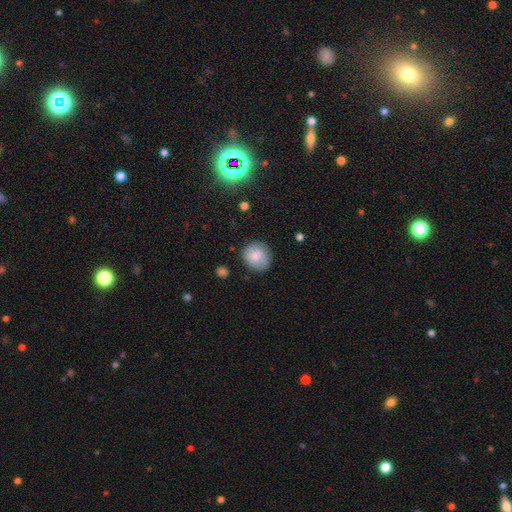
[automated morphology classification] A smooth galaxy with no disk features (76%) that is round (86%). Merging: none (79%).